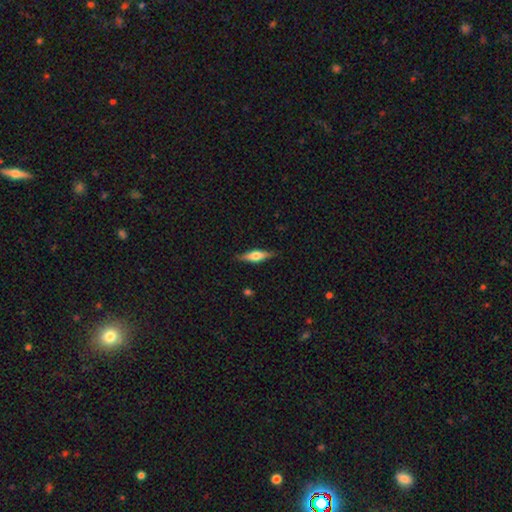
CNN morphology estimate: This is possibly a featured or disk galaxy (51%). It is clearly viewed edge-on (94%). Merging: clearly none (85%).